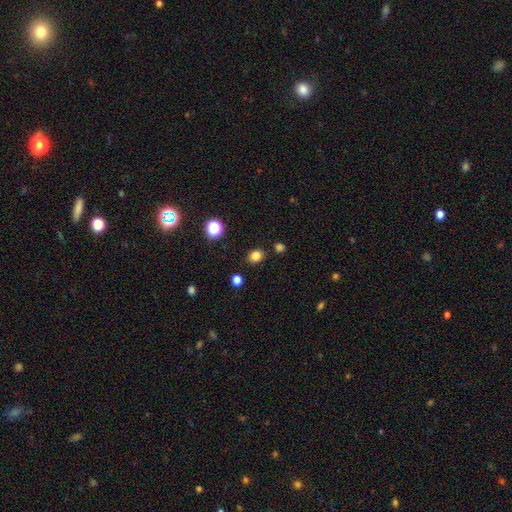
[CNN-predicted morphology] smooth_or_featured: smooth (p=0.82) [alt: star or artifact p=0.13]
how_rounded: round (p=0.55) [alt: in between p=0.44]
merging: none (p=0.86) [alt: minor disturbance p=0.08]